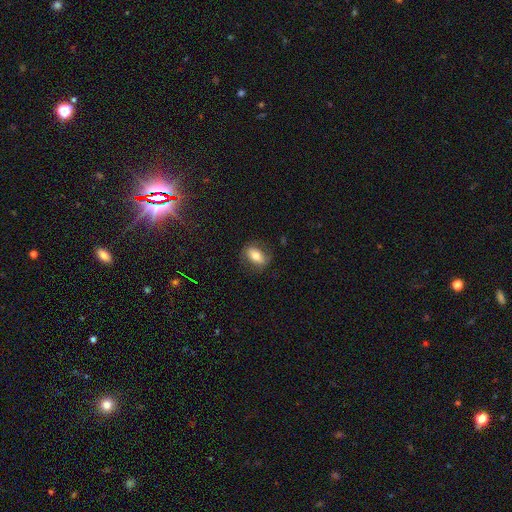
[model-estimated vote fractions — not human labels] A smooth galaxy with no disk features (71%) that is in between round and cigar-shaped (83%).

Vote fractions:
- Smooth or featured? smooth: 71% / featured or disk: 21% / star or artifact: 8%
- How rounded? in between: 83% / round: 13% / cigar-shaped: 4%
- Merging? none: 78% / minor disturbance: 15% / major disturbance: 6% / merger: 1%